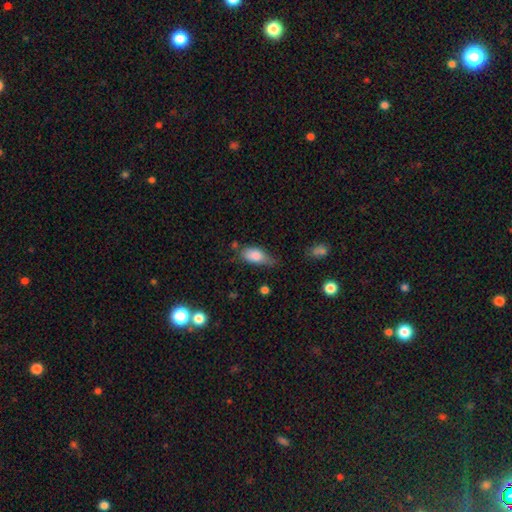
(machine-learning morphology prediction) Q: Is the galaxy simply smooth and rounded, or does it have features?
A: smooth — 82%.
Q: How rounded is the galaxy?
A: in between — 86%.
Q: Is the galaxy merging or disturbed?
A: none — 43%.